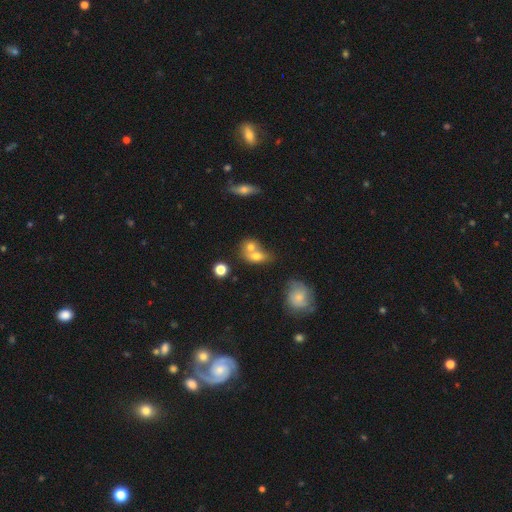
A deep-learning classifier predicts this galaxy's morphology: Smooth or featured? Predicted: smooth (p=0.68). How rounded? Predicted: in between (p=0.58). Merging? Predicted: merger (p=0.65).